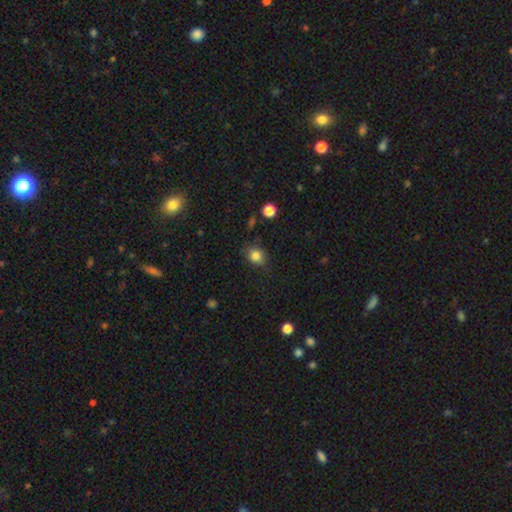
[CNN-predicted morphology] The model was most divided on "how rounded": in between: 50%, round: 49%, cigar-shaped: 1%. More confident: smooth or featured — smooth (83%); merging — none (76%).